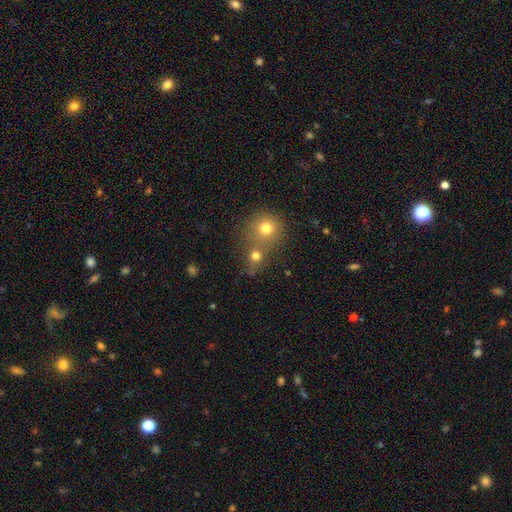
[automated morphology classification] A smooth galaxy with no disk features (74%) that is round (83%). Merging: none (50%).